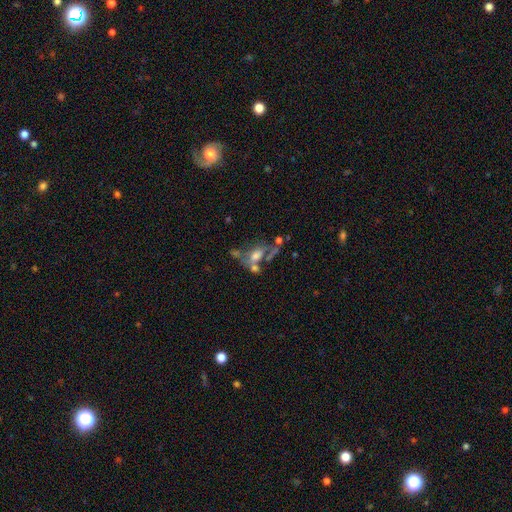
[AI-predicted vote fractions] smooth-or-featured: featured or disk: 43% | smooth: 42% | star or artifact: 15%
  merging: merger: 36% | none: 28% | major disturbance: 22% | minor disturbance: 14%